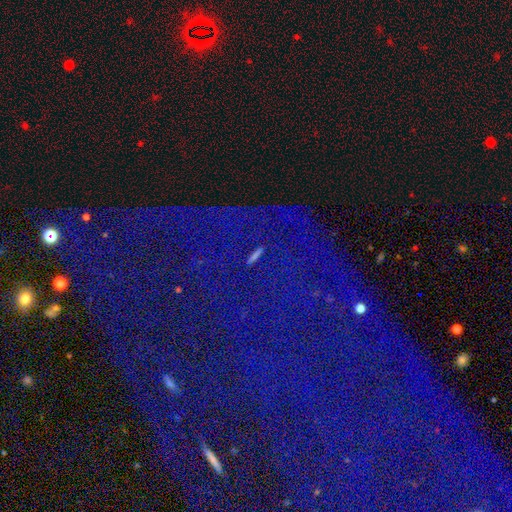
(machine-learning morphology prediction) type=star or artifact (84%).